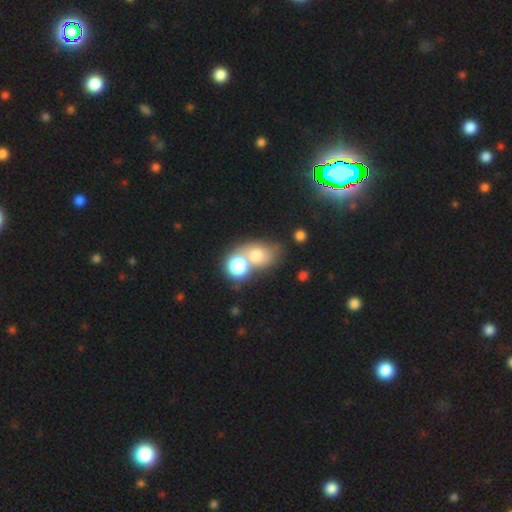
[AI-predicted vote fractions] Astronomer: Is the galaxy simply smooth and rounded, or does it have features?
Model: smooth — 70%.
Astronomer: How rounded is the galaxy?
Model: in between — 56% (runner-up: round, 43%).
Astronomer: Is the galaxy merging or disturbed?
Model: merger — 62%.